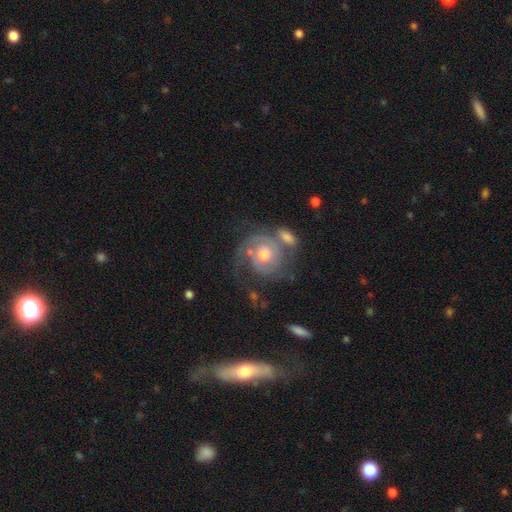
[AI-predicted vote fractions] This appears to be a featured or disk galaxy (70%) with no bar (77%), tight (58%) spiral arms (84%) and a moderate central bulge (60%). Merging: none (59%).